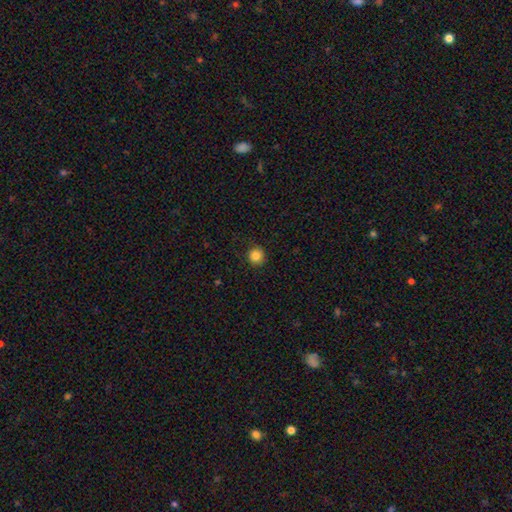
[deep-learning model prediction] Smooth or featured? smooth (84%)
How rounded? round (94%)
Merging? none (89%)